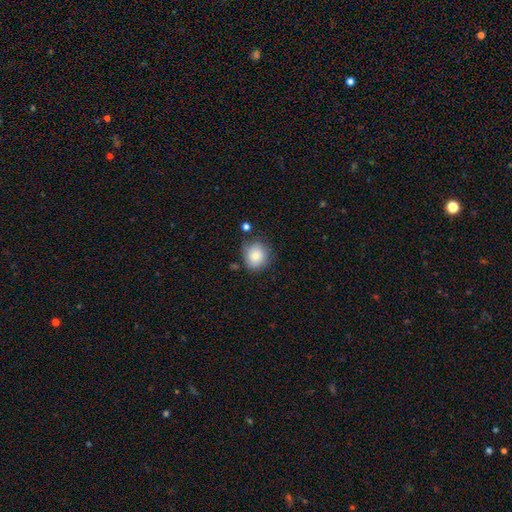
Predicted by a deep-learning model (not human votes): smooth 82%, featured or disk 10%, star or artifact 8%. Down the decision tree: how rounded — round (84%); merging — none (73%).